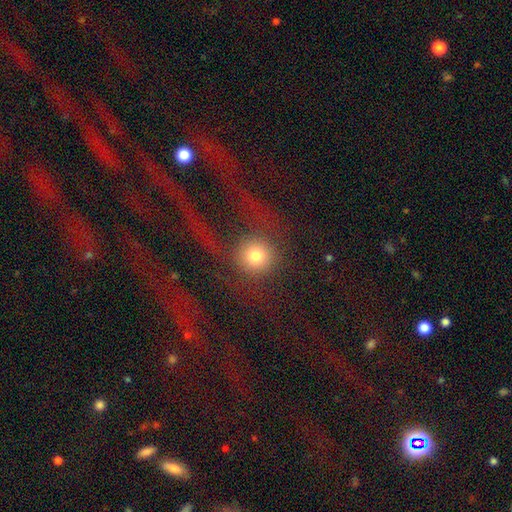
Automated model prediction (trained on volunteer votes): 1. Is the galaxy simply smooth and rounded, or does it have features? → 73% smooth, 14% featured or disk, 13% star or artifact.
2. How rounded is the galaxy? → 92% round, 6% in between, 1% cigar-shaped.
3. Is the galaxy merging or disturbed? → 57% none, 26% major disturbance, 11% minor disturbance, 5% merger.